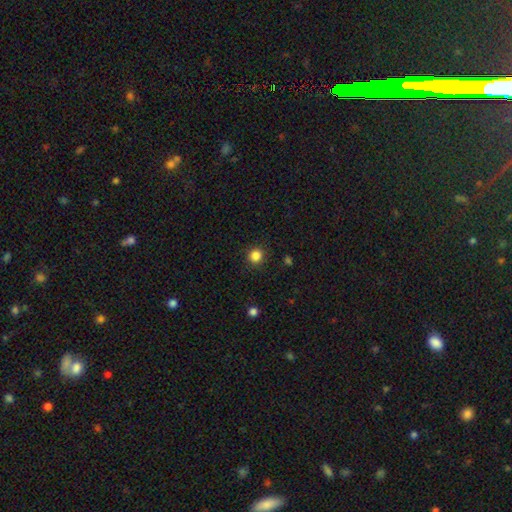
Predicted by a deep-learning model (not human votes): Smooth or featured? smooth (85%)
How rounded? round (92%)
Merging? none (90%)